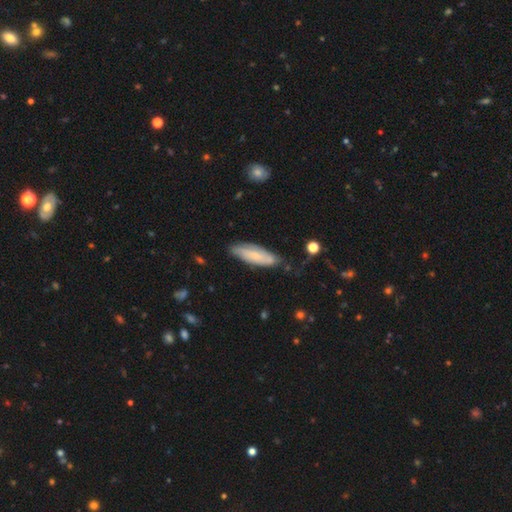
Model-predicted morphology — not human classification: smooth_or_featured: smooth (p=0.52) [alt: featured or disk p=0.41]
how_rounded: in between (p=0.50) [alt: cigar-shaped p=0.48]
merging: none (p=0.64) [alt: minor disturbance p=0.26]